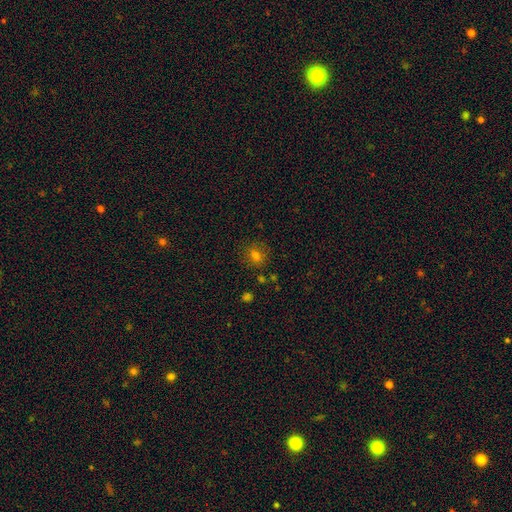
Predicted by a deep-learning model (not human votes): Smooth or featured: smooth — 74% (star or artifact — 16%)
How rounded: round — 74% (in between — 25%)
Merging: none — 80% (minor disturbance — 13%)